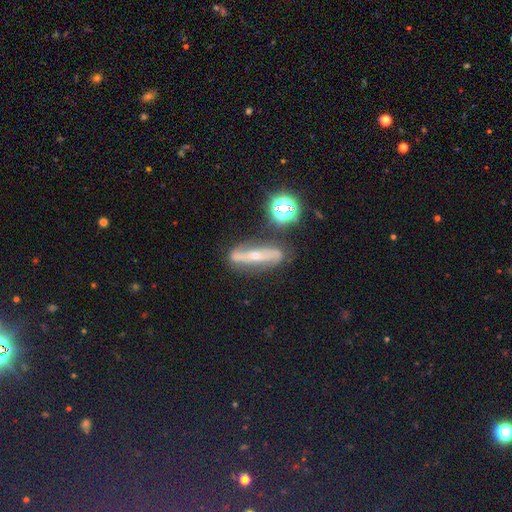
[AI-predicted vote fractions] Morphology: type=featured or disk (72%); edge-on=no (54%); merging=none (75%).